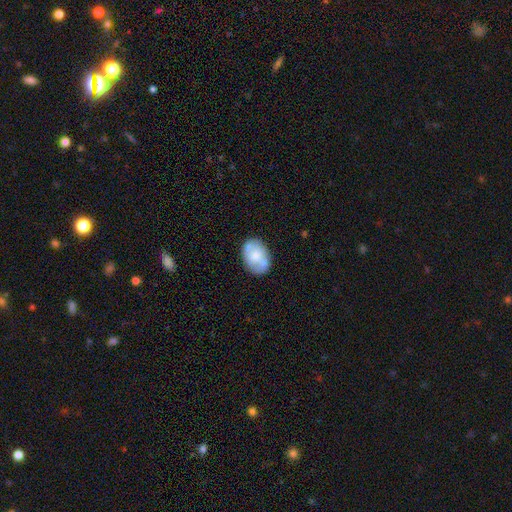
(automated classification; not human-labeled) Smooth or featured? Predicted: smooth (p=0.65). How rounded? Predicted: in between (p=0.80). Merging? Predicted: none (p=0.64).